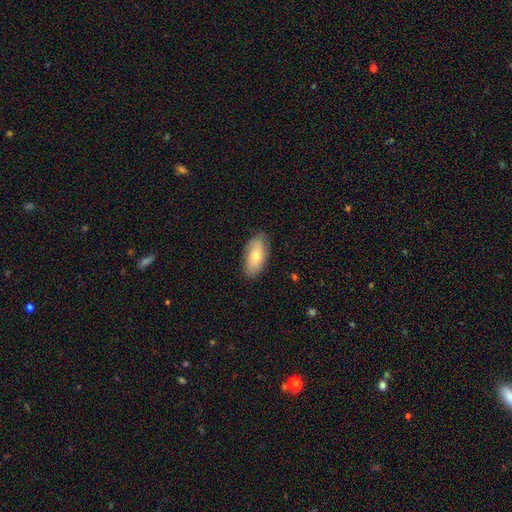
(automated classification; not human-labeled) The model was most divided on "smooth or featured": smooth: 64%, featured or disk: 29%, star or artifact: 7%. More confident: how rounded — in between (90%); merging — none (81%).